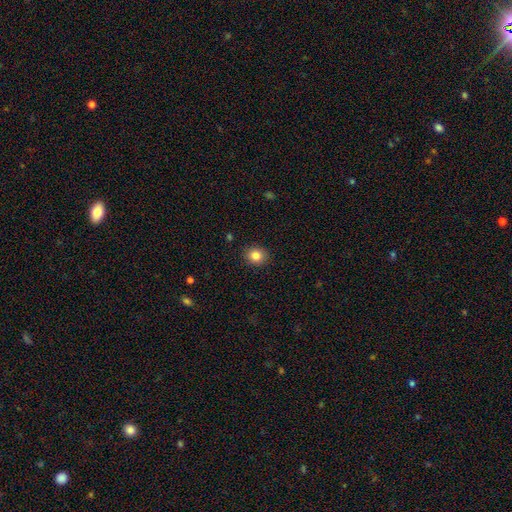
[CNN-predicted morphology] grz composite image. It shows a smooth galaxy with no disk features (85%) that is round (72%). Merging: none (90%).